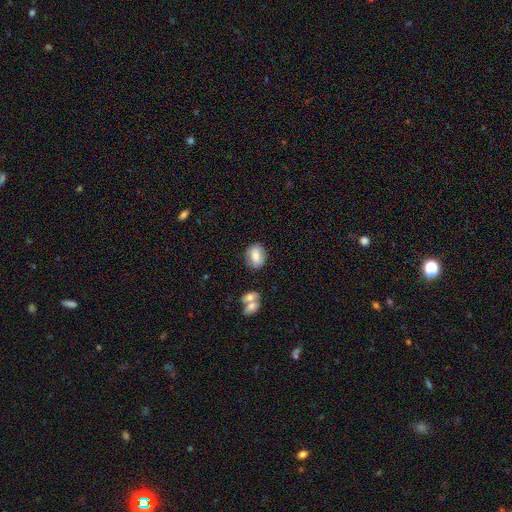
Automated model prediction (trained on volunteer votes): A smooth galaxy with no disk features (78%) that is in between round and cigar-shaped (70%). Merging: none (78%).